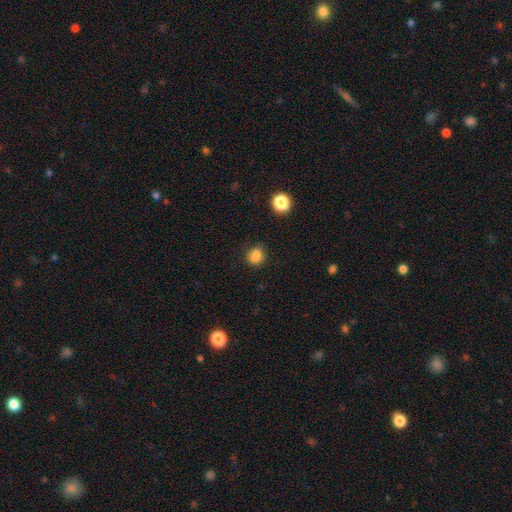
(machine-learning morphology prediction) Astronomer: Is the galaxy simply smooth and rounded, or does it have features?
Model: smooth — 82%.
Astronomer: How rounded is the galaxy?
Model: round — 56% (runner-up: in between, 43%).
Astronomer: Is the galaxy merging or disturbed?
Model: none — 69%.